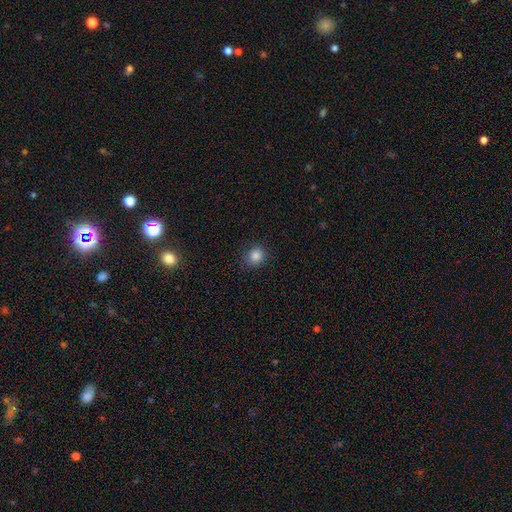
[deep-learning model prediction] Q: Smooth or featured?
A: smooth (84%); runner-up: star or artifact (11%)
Q: How rounded?
A: round (80%); runner-up: in between (20%)
Q: Merging?
A: none (85%); runner-up: minor disturbance (11%)